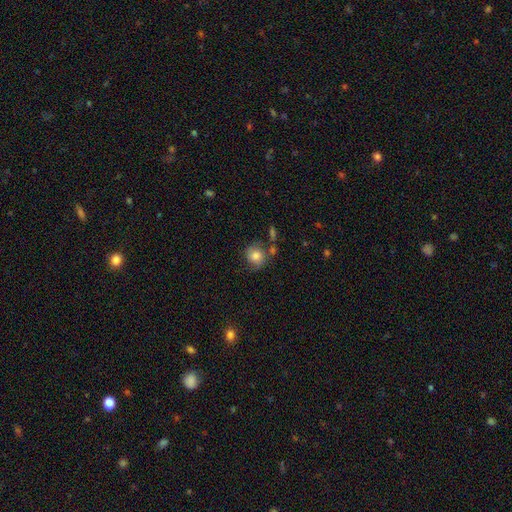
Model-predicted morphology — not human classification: A smooth galaxy with no disk features (68%) that is round (81%). Merging: none (57%).